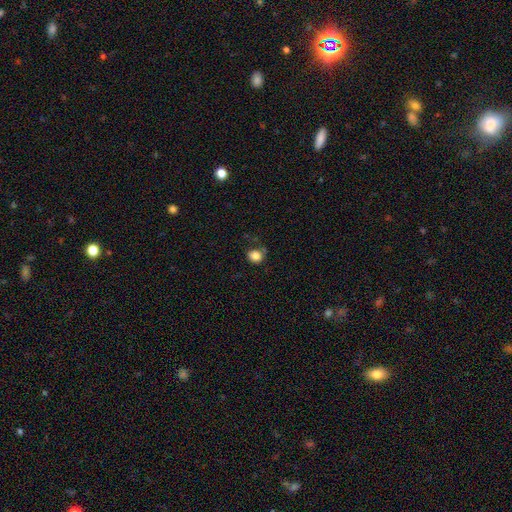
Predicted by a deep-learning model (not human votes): smooth 83%, star or artifact 11%, featured or disk 6%. Down the decision tree: how rounded — round (74%); merging — none (68%).